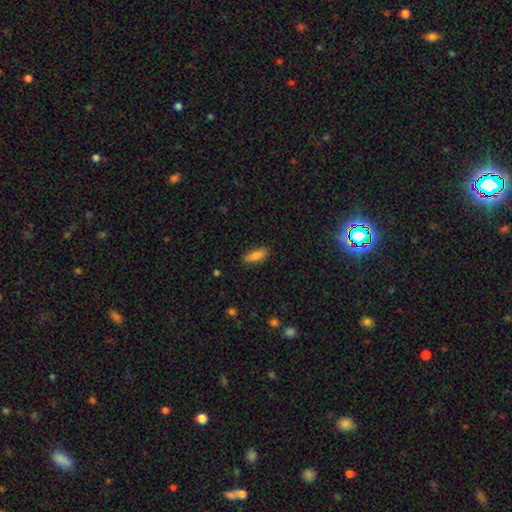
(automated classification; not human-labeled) smooth_or_featured: smooth (p=0.83) [alt: featured or disk p=0.10]
how_rounded: in between (p=0.65) [alt: cigar-shaped p=0.33]
merging: none (p=0.87) [alt: minor disturbance p=0.09]